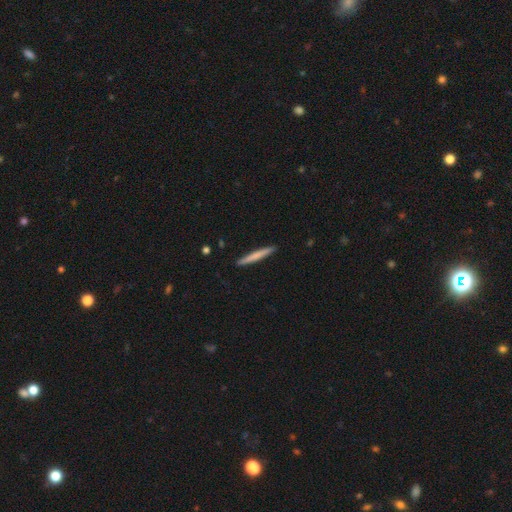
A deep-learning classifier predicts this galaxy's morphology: smooth_or_featured: smooth (p=0.69) [alt: featured or disk p=0.27]
how_rounded: cigar-shaped (p=0.97) [alt: in between p=0.02]
merging: none (p=0.92) [alt: minor disturbance p=0.06]